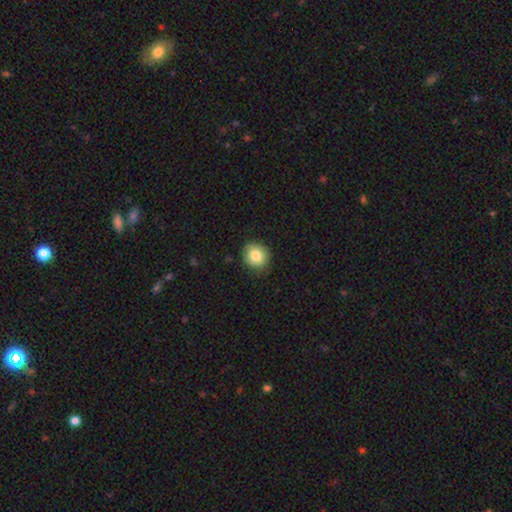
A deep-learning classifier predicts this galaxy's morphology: Q: Smooth or featured?
A: smooth (84%); runner-up: star or artifact (9%)
Q: How rounded?
A: round (84%); runner-up: in between (15%)
Q: Merging?
A: none (85%); runner-up: minor disturbance (12%)